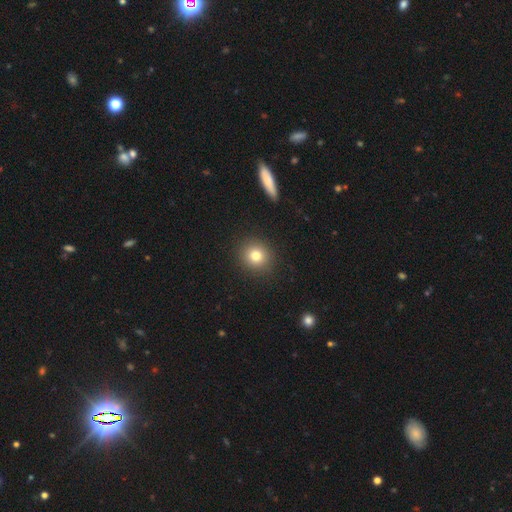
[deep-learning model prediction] Smooth or featured: smooth — 79% (star or artifact — 12%)
How rounded: round — 86% (in between — 13%)
Merging: none — 90% (minor disturbance — 6%)